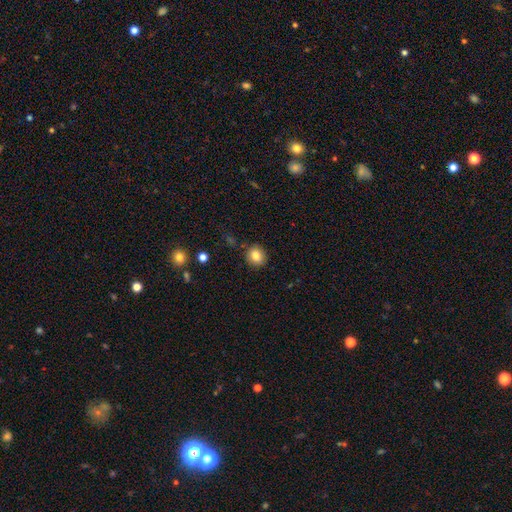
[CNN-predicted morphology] A smooth galaxy with no disk features (82%) that is round (68%).

Vote fractions:
- Smooth or featured? smooth: 82% / star or artifact: 10% / featured or disk: 7%
- How rounded? round: 68% / in between: 31% / cigar-shaped: 1%
- Merging? none: 85% / minor disturbance: 10% / major disturbance: 3% / merger: 2%